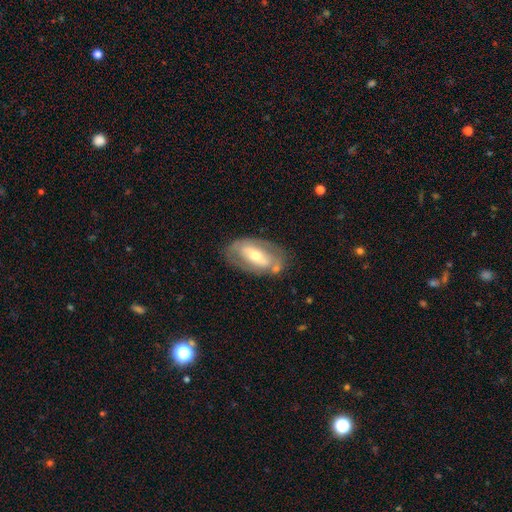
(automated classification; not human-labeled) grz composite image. It shows a featured or disk galaxy (62%) with a strong bar (39%), no spiral arms (62%) and a moderate central bulge (58%). Merging: none (70%).